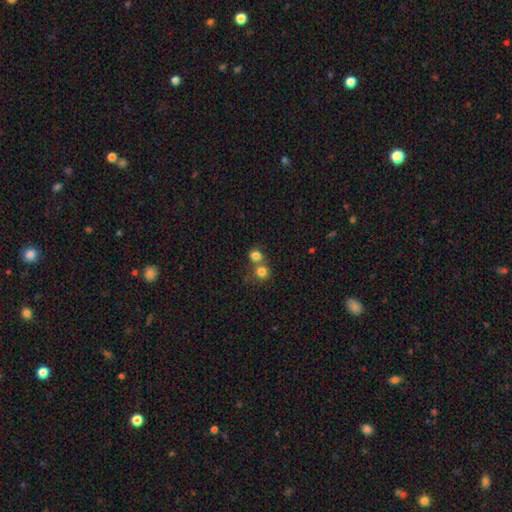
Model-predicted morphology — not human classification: Smooth or featured? smooth (80%)
How rounded? round (70%)
Merging? merger (49%)